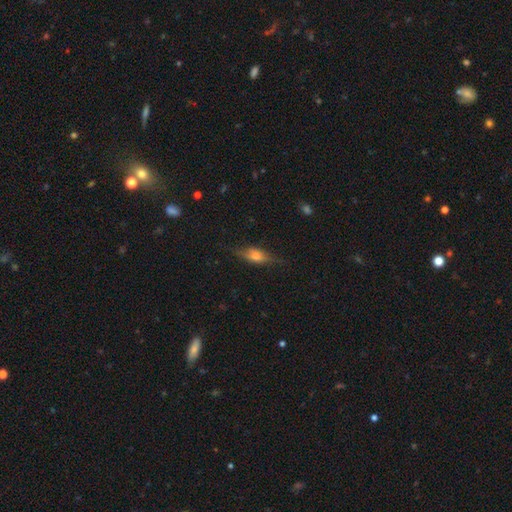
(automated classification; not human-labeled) smooth_or_featured: featured or disk (p=0.53) [alt: smooth p=0.36]
disk_edge_on: yes (p=0.89) [alt: no p=0.11]
merging: none (p=0.76) [alt: minor disturbance p=0.17]